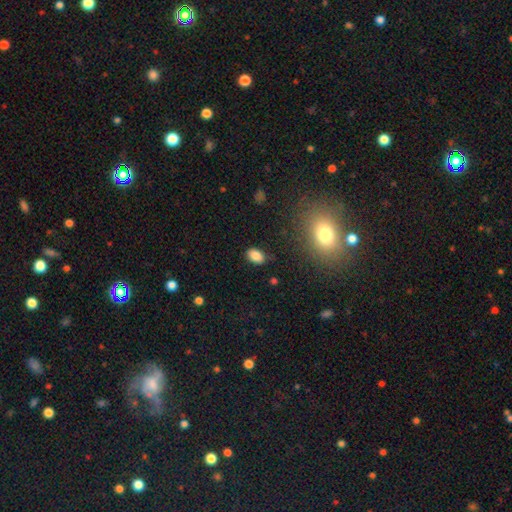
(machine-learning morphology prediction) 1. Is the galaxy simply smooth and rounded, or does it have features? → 85% smooth, 10% star or artifact, 5% featured or disk.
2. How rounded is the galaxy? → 86% in between, 13% round, 1% cigar-shaped.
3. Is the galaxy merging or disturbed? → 83% none, 13% minor disturbance, 3% major disturbance, 2% merger.